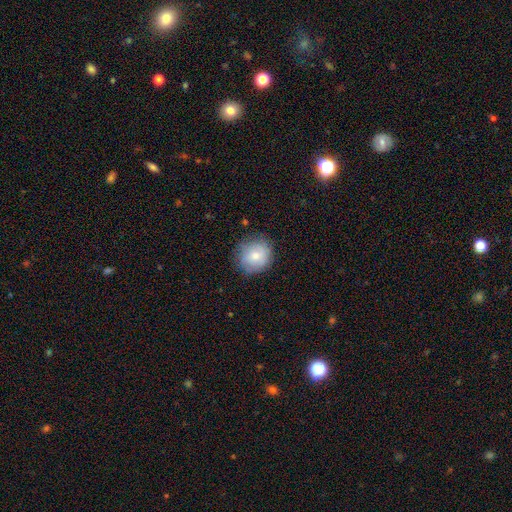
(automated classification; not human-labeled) smooth-or-featured: smooth: 70% | featured or disk: 21% | star or artifact: 8%
  how-rounded: round: 85% | in between: 14% | cigar-shaped: 1%
  merging: none: 78% | minor disturbance: 16% | major disturbance: 4% | merger: 1%